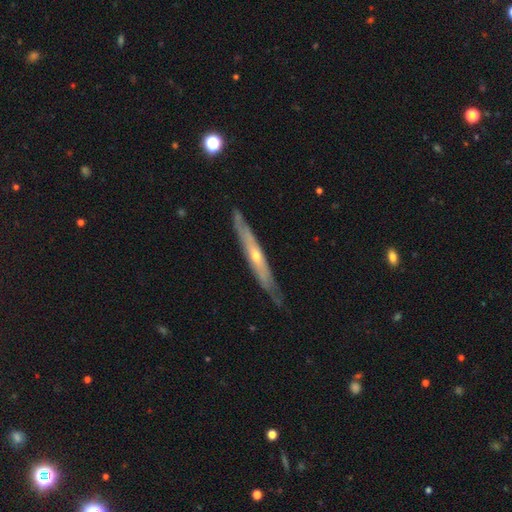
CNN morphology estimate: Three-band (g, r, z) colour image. It shows a featured or disk galaxy (73%) viewed edge-on (87%) with a rounded central bulge (70%). Merging: none (81%).